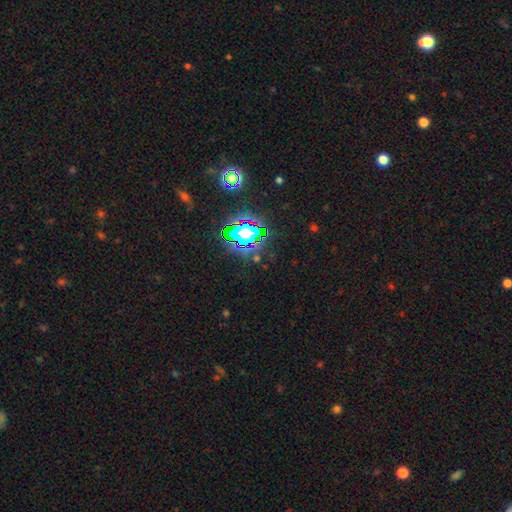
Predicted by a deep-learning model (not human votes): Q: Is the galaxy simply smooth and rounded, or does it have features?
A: star or artifact — 75%.